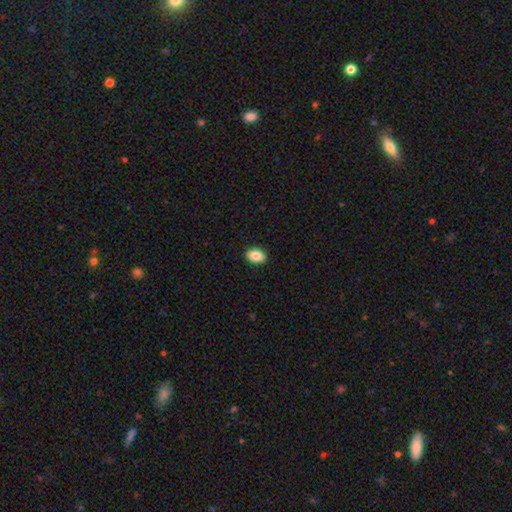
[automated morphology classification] Smooth or featured? Predicted: smooth (p=0.86). How rounded? Predicted: in between (p=0.87). Merging? Predicted: none (p=0.91).